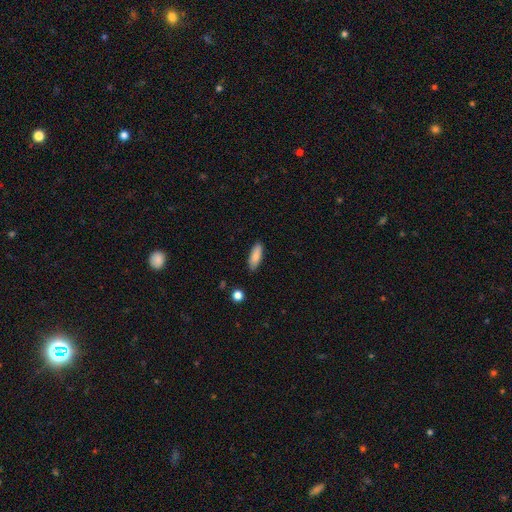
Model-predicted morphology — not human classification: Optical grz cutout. It shows a smooth galaxy with no disk features (85%) that is in between round and cigar-shaped (60%). Merging: none (87%).